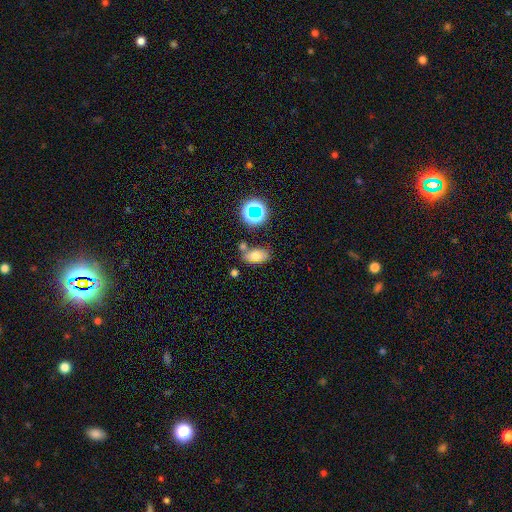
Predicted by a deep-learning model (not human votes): Morphology: type=smooth (63%); roundness=in between (85%); merging=none (62%).